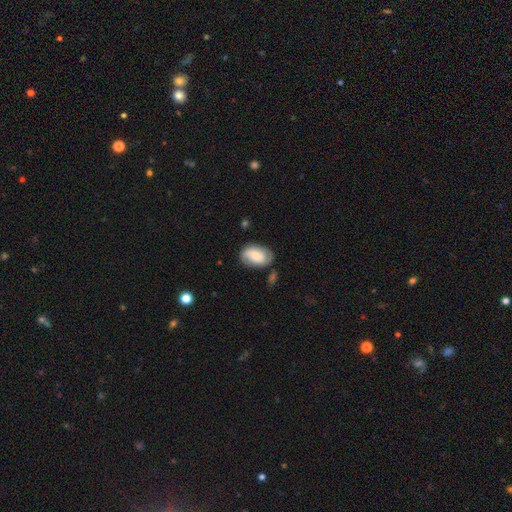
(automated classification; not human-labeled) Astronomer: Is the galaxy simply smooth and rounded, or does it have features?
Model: smooth — 53% (runner-up: featured or disk, 40%).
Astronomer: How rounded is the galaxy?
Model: in between — 85%.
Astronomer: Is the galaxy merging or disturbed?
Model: none — 67%.